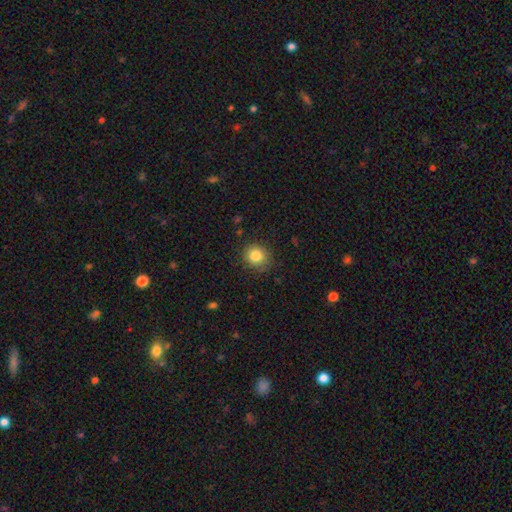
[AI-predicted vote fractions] smooth 84%, star or artifact 10%, featured or disk 6%. Down the decision tree: how rounded — round (88%); merging — none (84%).